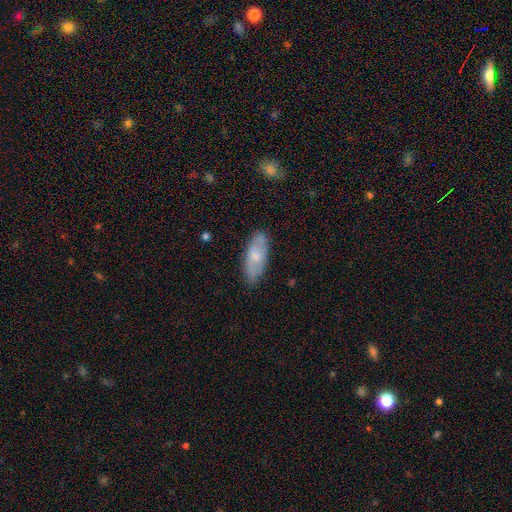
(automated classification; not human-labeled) A smooth galaxy with no disk features (63%) that is in between round and cigar-shaped (82%).

Vote fractions:
- Smooth or featured? smooth: 63% / featured or disk: 30% / star or artifact: 6%
- How rounded? in between: 82% / cigar-shaped: 16% / round: 2%
- Merging? none: 76% / minor disturbance: 19% / major disturbance: 4% / merger: 2%